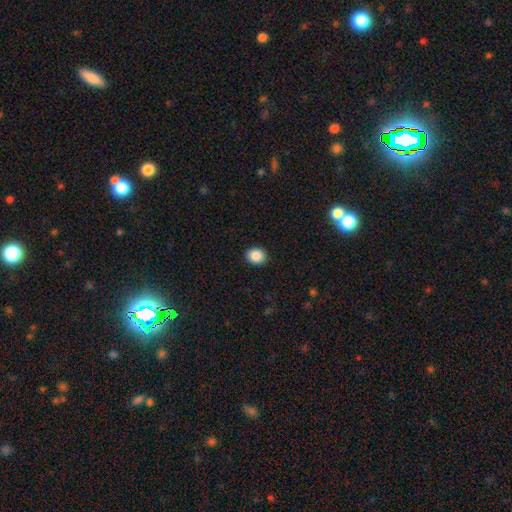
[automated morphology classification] A smooth galaxy with no disk features (88%) that is round (62%).

Vote fractions:
- Smooth or featured? smooth: 88% / star or artifact: 8% / featured or disk: 4%
- How rounded? round: 62% / in between: 37% / cigar-shaped: 1%
- Merging? none: 91% / minor disturbance: 6% / major disturbance: 2% / merger: 1%